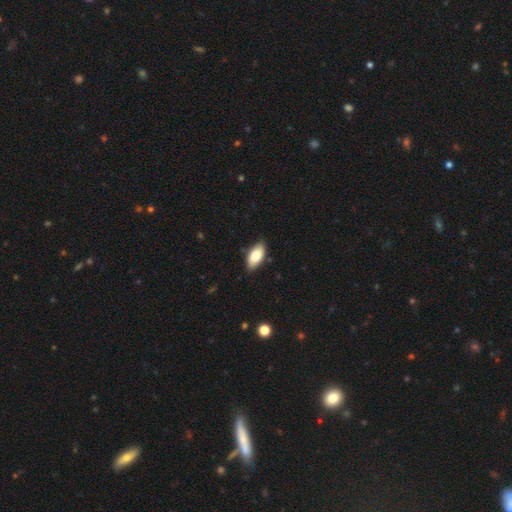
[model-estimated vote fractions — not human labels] Morphology: type=smooth (79%); roundness=in between (92%); merging=none (85%).